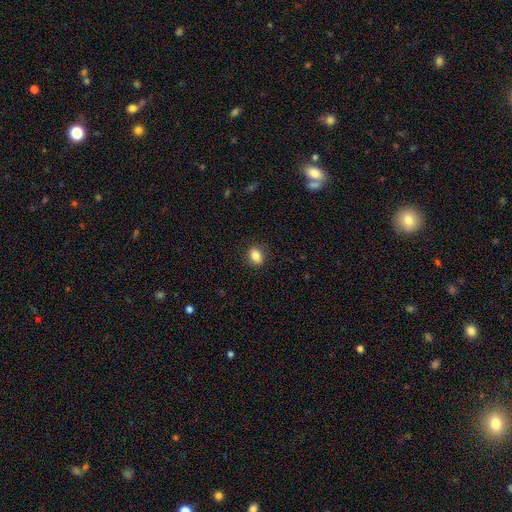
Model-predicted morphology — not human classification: Smooth or featured: smooth — 86% (star or artifact — 9%)
How rounded: in between — 70% (round — 29%)
Merging: none — 86% (minor disturbance — 10%)